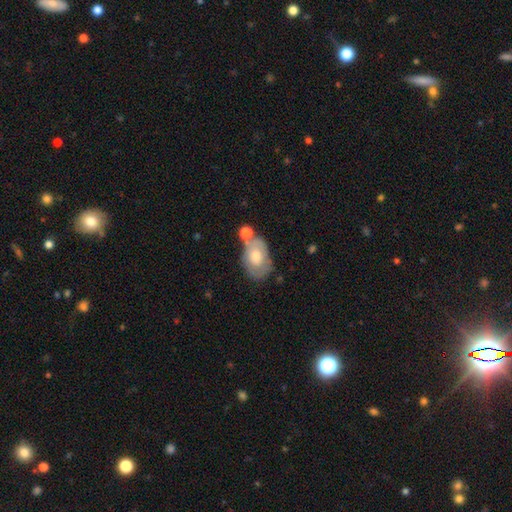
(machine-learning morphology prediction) type=smooth (59%); roundness=in between (85%); merging=none (45%).